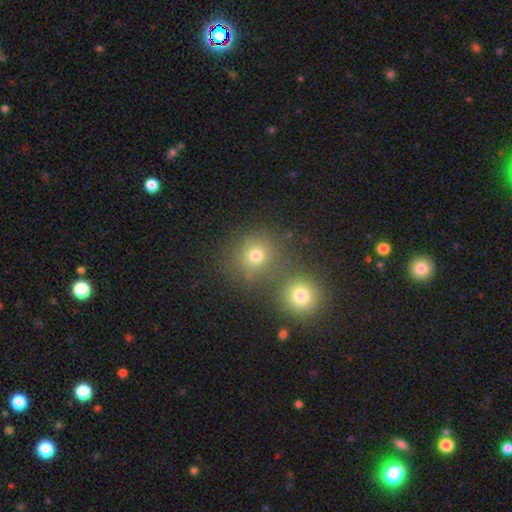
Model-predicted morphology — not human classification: smooth 72%, star or artifact 18%, featured or disk 10%. Down the decision tree: how rounded — round (85%); merging — none (59%).